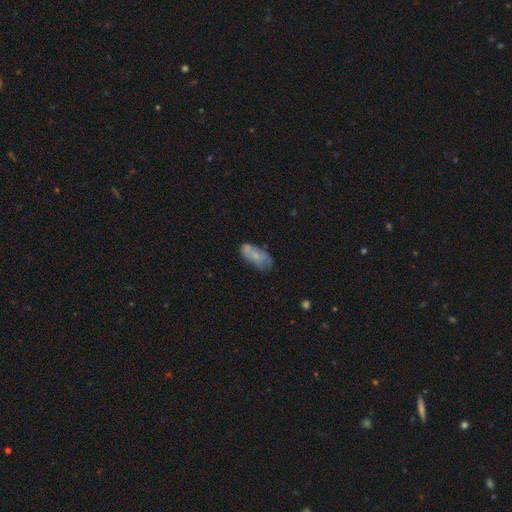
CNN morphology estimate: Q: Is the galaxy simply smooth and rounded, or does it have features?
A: smooth — 68%.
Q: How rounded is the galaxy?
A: in between — 89%.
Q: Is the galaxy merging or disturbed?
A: none — 53%.